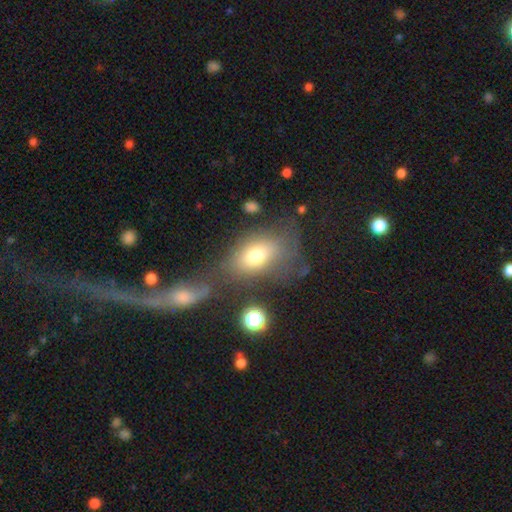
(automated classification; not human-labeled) This is likely a smooth galaxy (69%). How rounded: likely in between (78%). Merging: possibly none (47%).